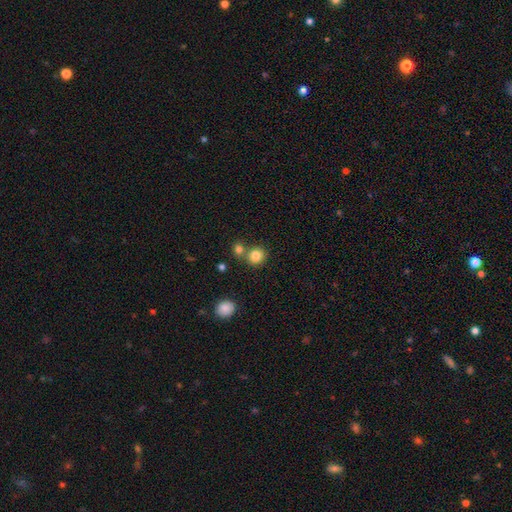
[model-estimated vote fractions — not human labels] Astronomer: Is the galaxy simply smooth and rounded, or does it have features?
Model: smooth — 82%.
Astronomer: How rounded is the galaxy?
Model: round — 81%.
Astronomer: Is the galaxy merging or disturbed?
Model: none — 64%.